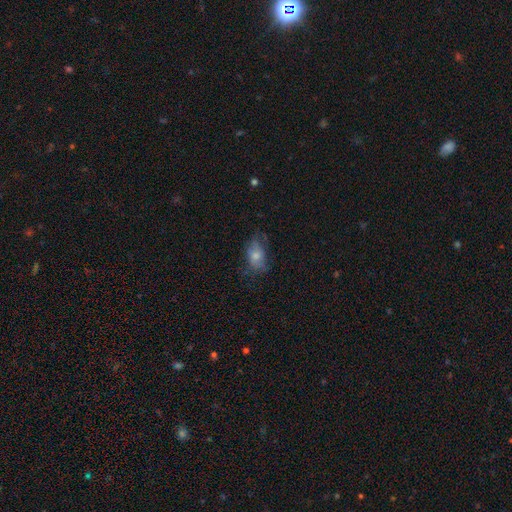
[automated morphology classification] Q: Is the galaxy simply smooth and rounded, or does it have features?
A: smooth — 51%.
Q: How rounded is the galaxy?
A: in between — 82%.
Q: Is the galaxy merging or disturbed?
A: none — 56%.